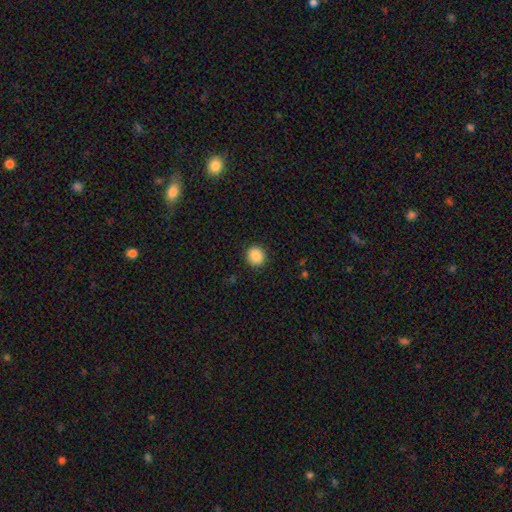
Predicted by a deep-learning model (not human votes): The model was most divided on "how rounded": round: 86%, in between: 13%, cigar-shaped: 1%. More confident: merging — none (91%); smooth or featured — smooth (88%).